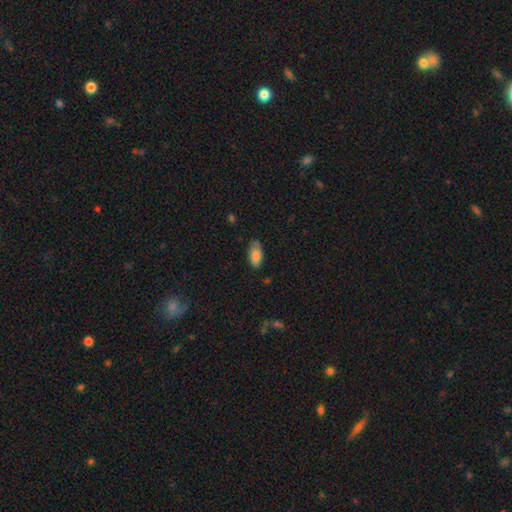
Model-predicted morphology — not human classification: type=smooth (83%); roundness=in between (91%); merging=none (76%).